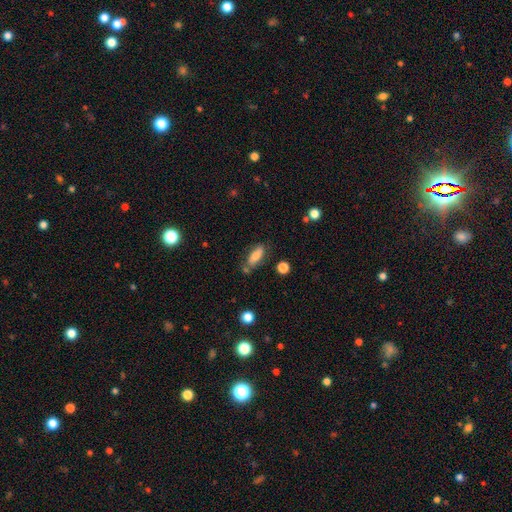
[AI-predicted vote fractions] Smooth or featured? Predicted: smooth (p=0.72). How rounded? Predicted: in between (p=0.74). Merging? Predicted: none (p=0.67).